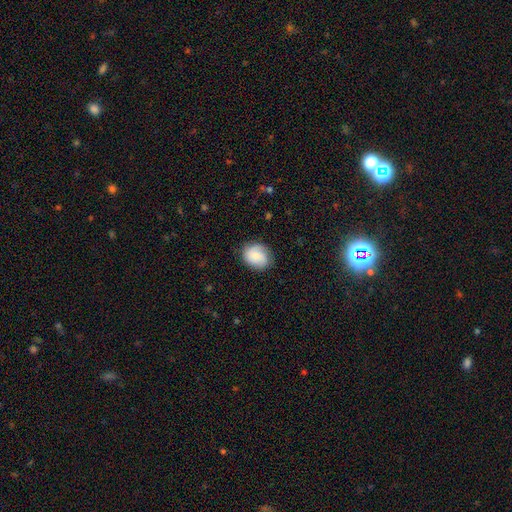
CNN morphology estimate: Smooth or featured?
  - smooth: 73% *
  - featured or disk: 20%
  - star or artifact: 7%
How rounded?
  - round: 59% *
  - in between: 41%
  - cigar-shaped: 1%
Merging?
  - none: 78% *
  - minor disturbance: 16%
  - major disturbance: 4%
  - merger: 1%